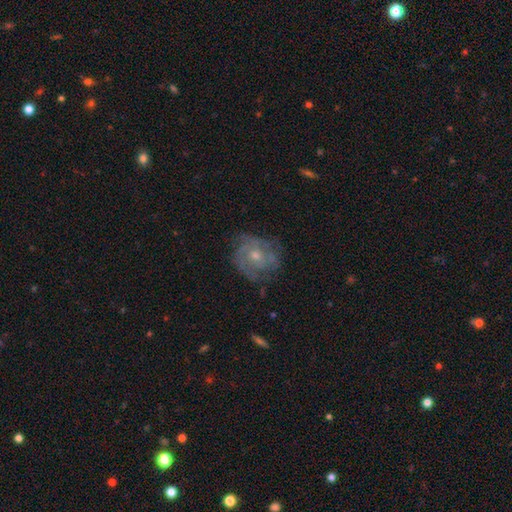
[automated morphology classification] Smooth or featured? Predicted: featured or disk (p=0.71). Edge-on disk? Predicted: no (p=0.97). Bar? Predicted: no (p=0.79). Spiral arms? Predicted: yes (p=0.79). Spiral winding? Predicted: tight (p=0.52). Spiral arm count? Predicted: can't tell (p=0.42). Bulge size? Predicted: small (p=0.49). Merging? Predicted: none (p=0.66).